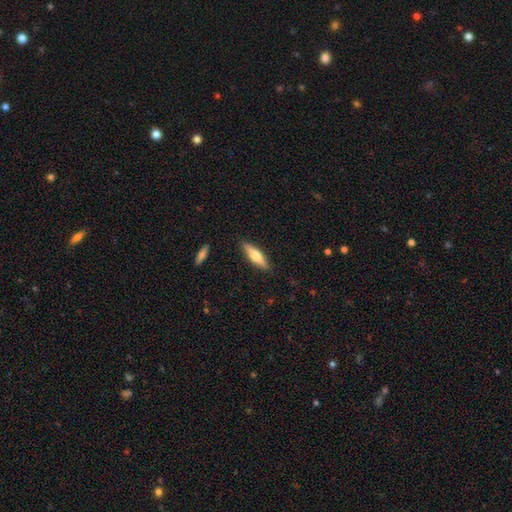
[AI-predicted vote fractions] smooth 49%, featured or disk 45%, star or artifact 6%. Down the decision tree: merging — none (88%).